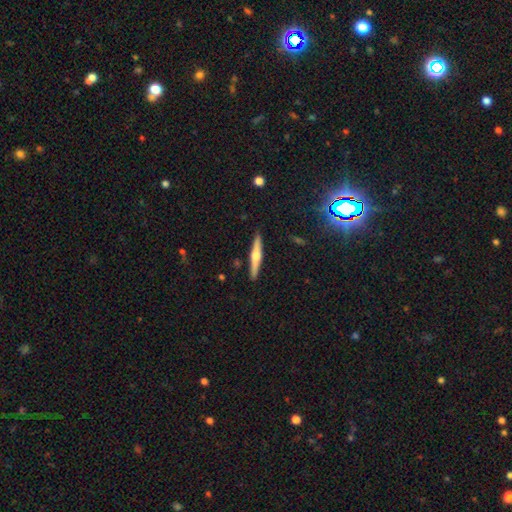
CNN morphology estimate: Q: Smooth or featured?
A: featured or disk (58%); runner-up: smooth (36%)
Q: Edge-on disk?
A: yes (97%); runner-up: no (3%)
Q: Edge-on bulge?
A: rounded (84%); runner-up: boxy (8%)
Q: Merging?
A: none (90%); runner-up: minor disturbance (7%)